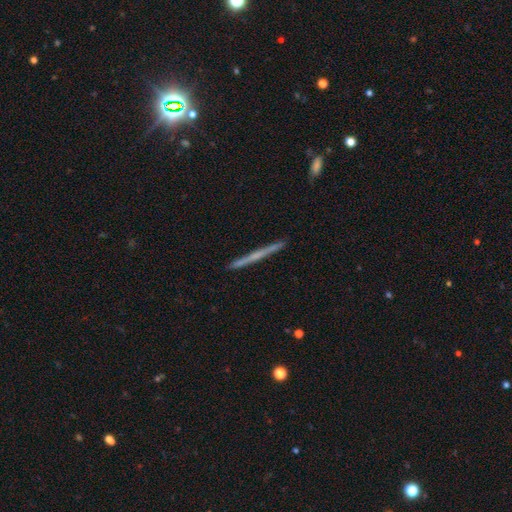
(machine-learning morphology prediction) Smooth or featured?
  - featured or disk: 59% *
  - smooth: 34%
  - star or artifact: 7%
Edge-on disk?
  - yes: 98% *
  - no: 2%
Edge-on bulge?
  - none: 71% *
  - rounded: 24%
  - boxy: 5%
Merging?
  - none: 92% *
  - minor disturbance: 6%
  - major disturbance: 1%
  - merger: 1%